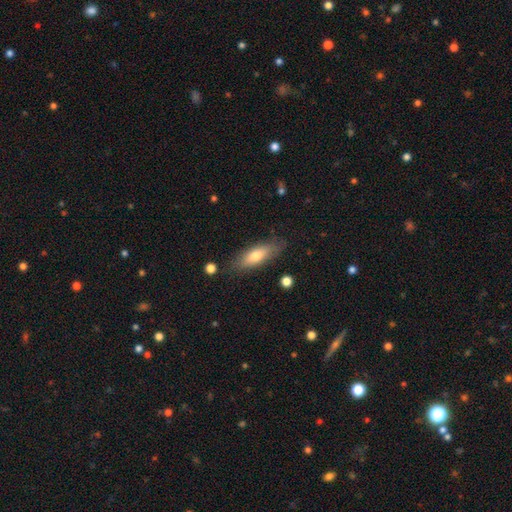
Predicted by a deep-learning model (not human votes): The model was most divided on "how rounded": in between: 56%, cigar-shaped: 42%, round: 2%. More confident: merging — none (82%); smooth or featured — smooth (69%).